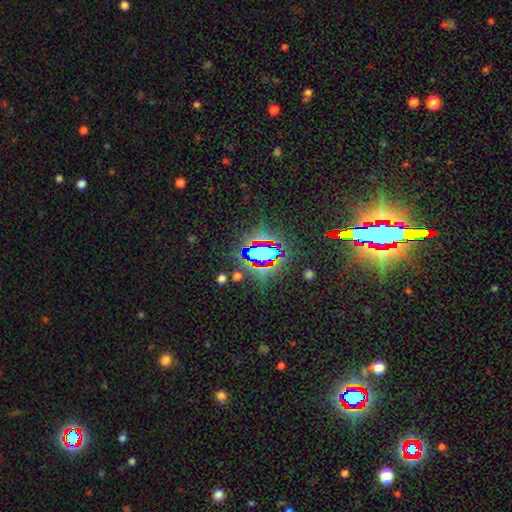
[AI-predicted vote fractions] Smooth or featured?
  - star or artifact: 73% *
  - smooth: 16%
  - featured or disk: 11%